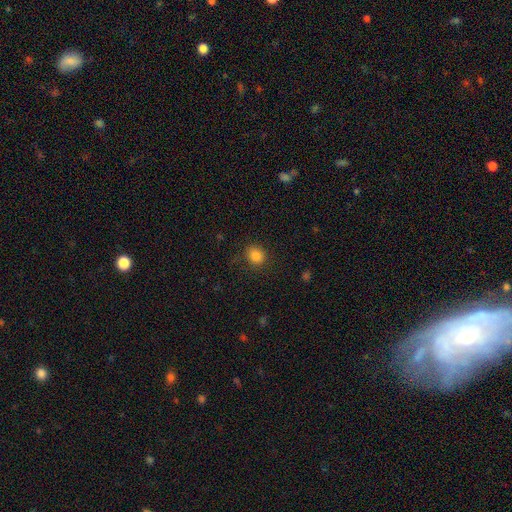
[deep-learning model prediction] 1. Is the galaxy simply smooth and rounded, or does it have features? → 84% smooth, 11% star or artifact, 5% featured or disk.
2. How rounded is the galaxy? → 70% round, 29% in between, 1% cigar-shaped.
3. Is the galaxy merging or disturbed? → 85% none, 10% minor disturbance, 4% major disturbance, 1% merger.